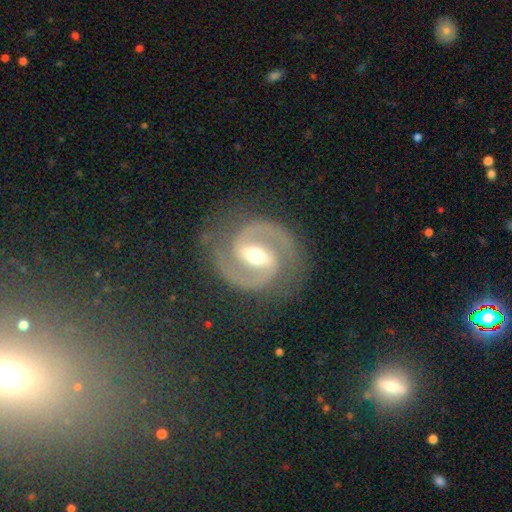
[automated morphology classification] type=featured or disk (92%); edge-on=no (98%); bar=strong (49%); spiral arms=yes (98%); winding=medium (57%); arm count=2 (94%); bulge=moderate (67%); merging=none (83%).